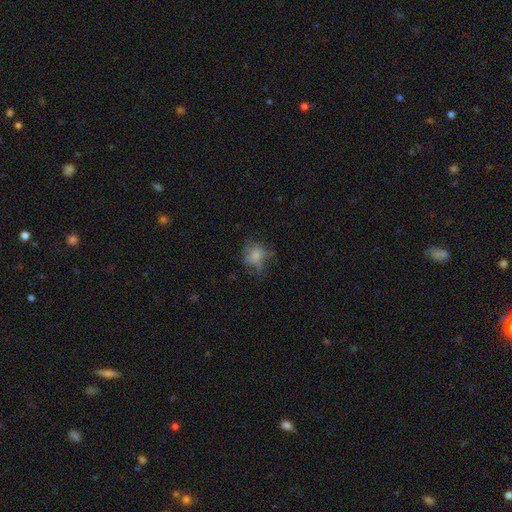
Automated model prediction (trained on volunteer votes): A smooth galaxy with no disk features (59%) that is round (61%).

Vote fractions:
- Smooth or featured? smooth: 59% / featured or disk: 27% / star or artifact: 14%
- How rounded? round: 61% / in between: 38% / cigar-shaped: 1%
- Merging? none: 47% / major disturbance: 26% / minor disturbance: 25% / merger: 2%